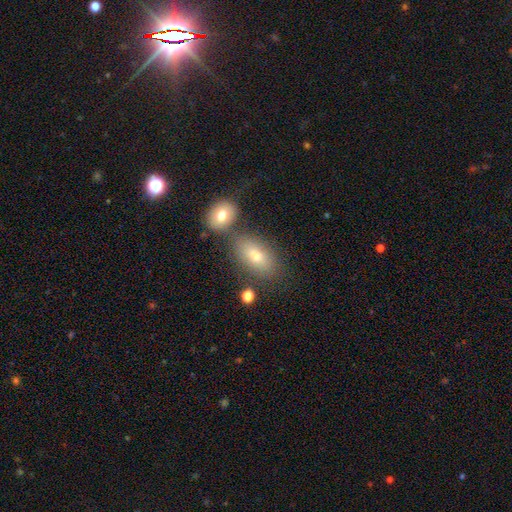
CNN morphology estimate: Smooth or featured? smooth (72%)
How rounded? in between (87%)
Merging? none (63%)